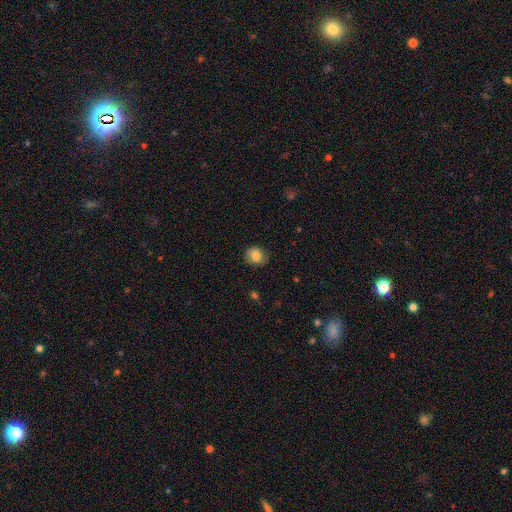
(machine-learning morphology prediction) Q: Smooth or featured?
A: smooth (78%); runner-up: featured or disk (13%)
Q: How rounded?
A: round (75%); runner-up: in between (24%)
Q: Merging?
A: none (83%); runner-up: minor disturbance (13%)